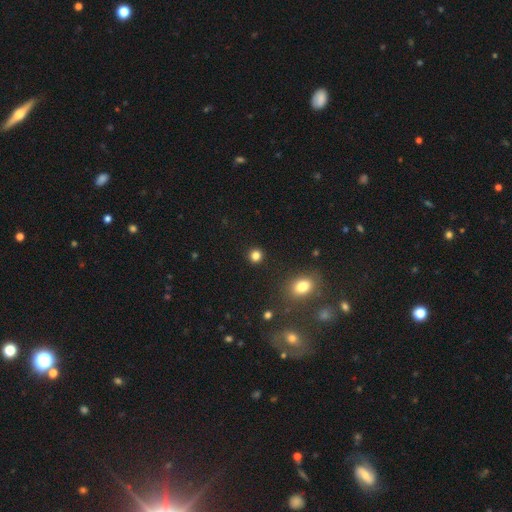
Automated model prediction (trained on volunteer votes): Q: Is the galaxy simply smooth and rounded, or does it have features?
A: smooth — 82%.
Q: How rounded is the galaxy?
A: round — 92%.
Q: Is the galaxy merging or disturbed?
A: none — 91%.